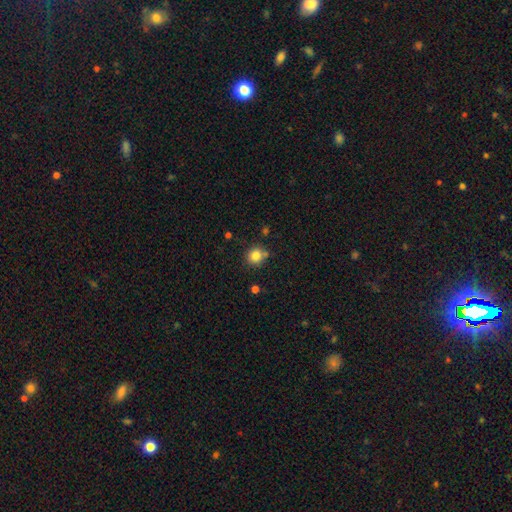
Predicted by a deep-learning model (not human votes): A smooth galaxy with no disk features (83%) that is round (86%). Merging: none (77%).